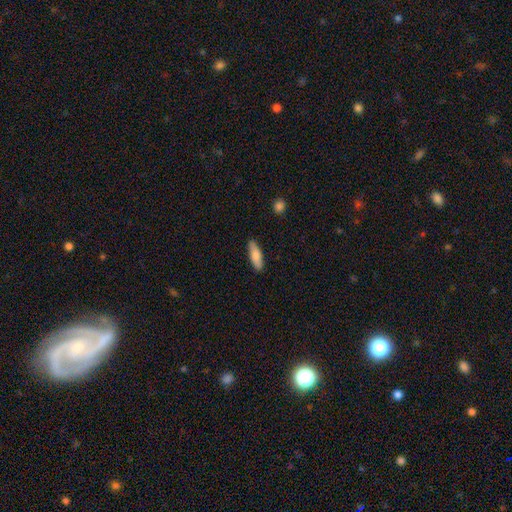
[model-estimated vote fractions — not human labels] Smooth or featured?
  - smooth: 78% *
  - featured or disk: 17%
  - star or artifact: 6%
How rounded?
  - in between: 53% *
  - cigar-shaped: 45%
  - round: 2%
Merging?
  - none: 85% *
  - minor disturbance: 12%
  - major disturbance: 2%
  - merger: 1%